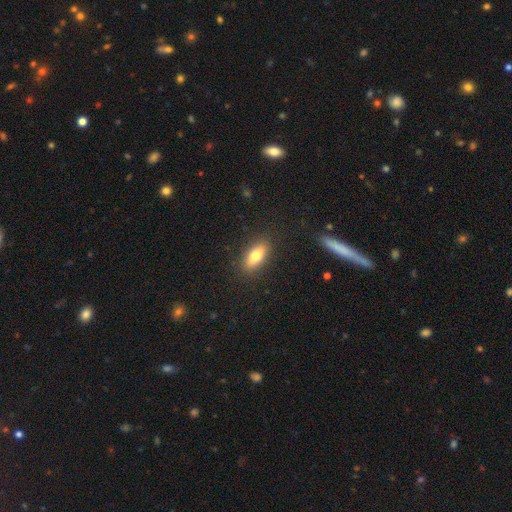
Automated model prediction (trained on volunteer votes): A smooth galaxy with no disk features (72%) that is in between round and cigar-shaped (73%).

Vote fractions:
- Smooth or featured? smooth: 72% / featured or disk: 21% / star or artifact: 7%
- How rounded? in between: 73% / cigar-shaped: 23% / round: 4%
- Merging? none: 88% / minor disturbance: 9% / major disturbance: 3% / merger: 1%